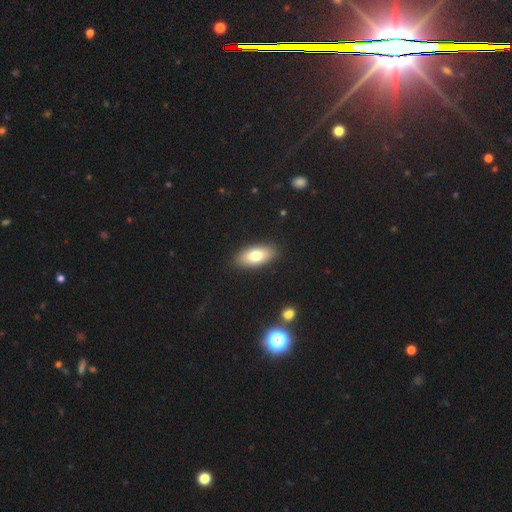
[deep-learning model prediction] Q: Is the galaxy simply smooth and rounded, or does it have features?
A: smooth — 75%.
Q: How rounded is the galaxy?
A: in between — 88%.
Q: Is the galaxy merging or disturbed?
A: none — 89%.